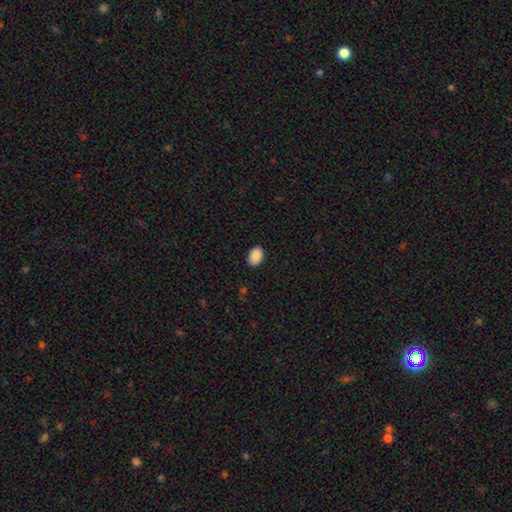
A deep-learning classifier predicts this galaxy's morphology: smooth_or_featured: smooth (p=0.90) [alt: star or artifact p=0.07]
how_rounded: in between (p=0.81) [alt: round p=0.18]
merging: none (p=0.88) [alt: minor disturbance p=0.09]